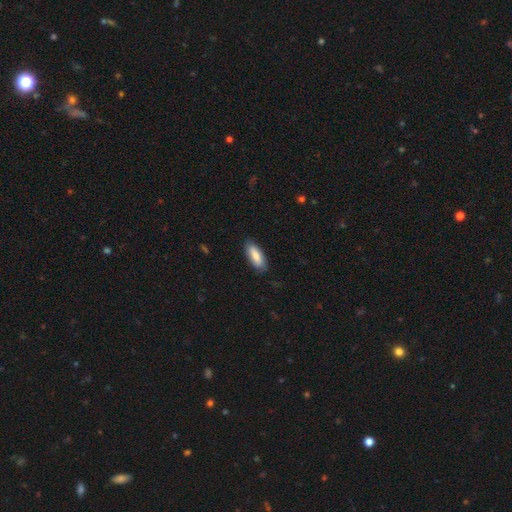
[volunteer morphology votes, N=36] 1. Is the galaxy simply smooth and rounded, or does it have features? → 86% smooth, 8% featured or disk, 6% star or artifact.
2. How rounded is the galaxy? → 65% in between, 35% cigar-shaped, 0% round.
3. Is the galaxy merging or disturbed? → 91% none, 6% minor disturbance, 3% major disturbance, 0% merger.